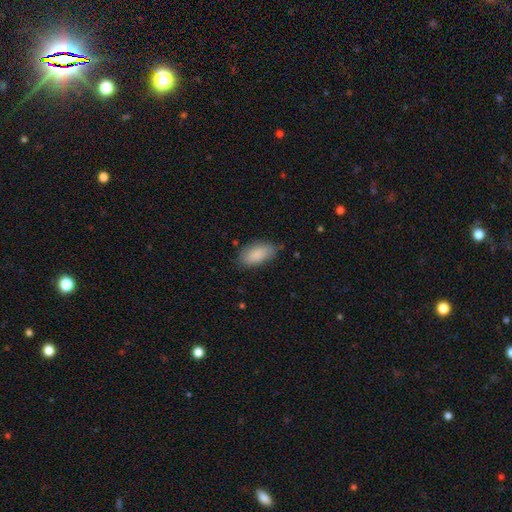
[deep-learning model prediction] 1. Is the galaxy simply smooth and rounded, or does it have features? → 87% smooth, 7% featured or disk, 6% star or artifact.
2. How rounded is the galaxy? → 93% in between, 4% cigar-shaped, 3% round.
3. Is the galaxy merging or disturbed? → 70% none, 24% minor disturbance, 4% major disturbance, 2% merger.